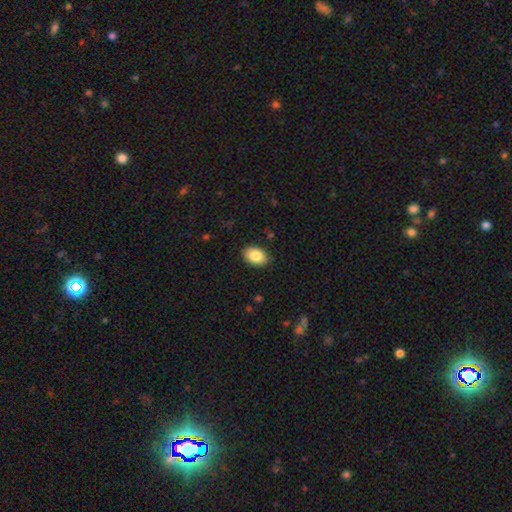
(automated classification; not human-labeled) Smooth or featured? Predicted: smooth (p=0.84). How rounded? Predicted: in between (p=0.86). Merging? Predicted: none (p=0.87).